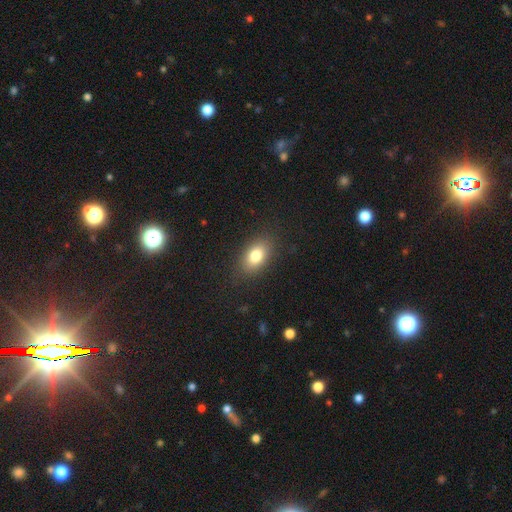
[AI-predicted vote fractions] smooth 80%, featured or disk 11%, star or artifact 9%. Down the decision tree: how rounded — in between (86%); merging — none (85%).